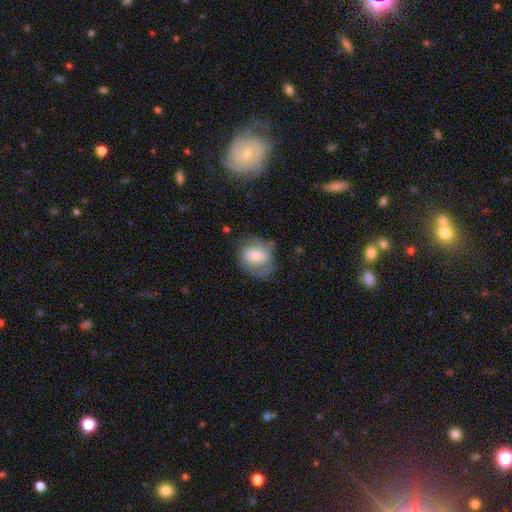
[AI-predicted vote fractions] smooth 49%, featured or disk 44%, star or artifact 7%. Down the decision tree: merging — none (52%).